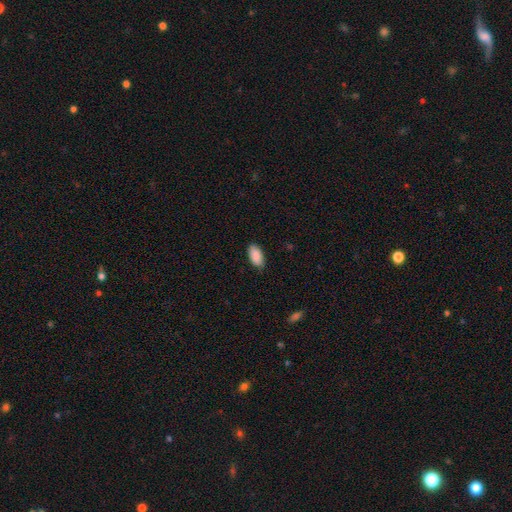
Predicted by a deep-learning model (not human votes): This appears to be a smooth galaxy with no disk features (90%) that is in between round and cigar-shaped (93%). Merging: none (83%).